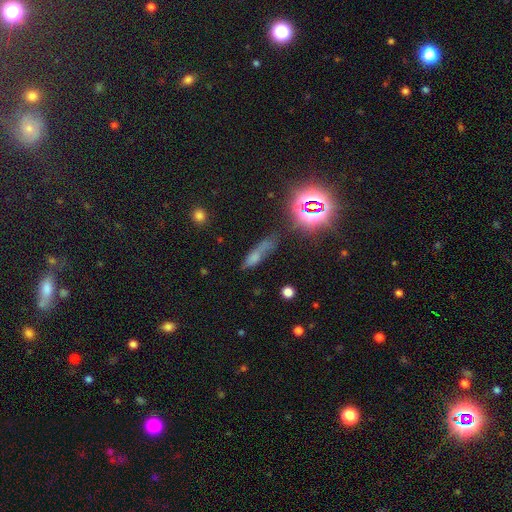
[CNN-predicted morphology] Smooth or featured?
  - smooth: 56% *
  - star or artifact: 25%
  - featured or disk: 19%
How rounded?
  - cigar-shaped: 61% *
  - in between: 31%
  - round: 8%
Merging?
  - none: 44% *
  - minor disturbance: 25%
  - major disturbance: 18%
  - merger: 13%